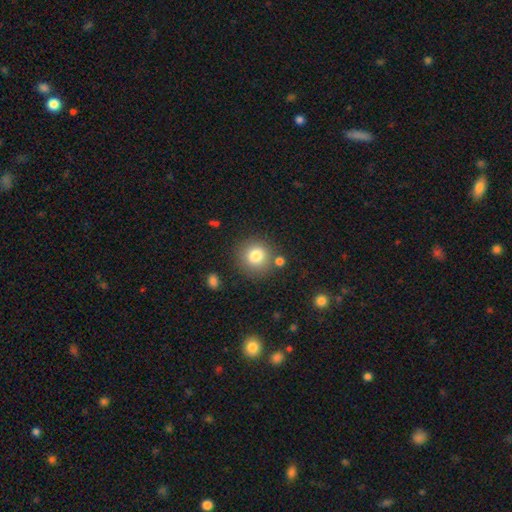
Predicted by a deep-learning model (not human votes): Smooth or featured: smooth — 81% (star or artifact — 11%)
How rounded: round — 89% (in between — 10%)
Merging: none — 80% (minor disturbance — 10%)